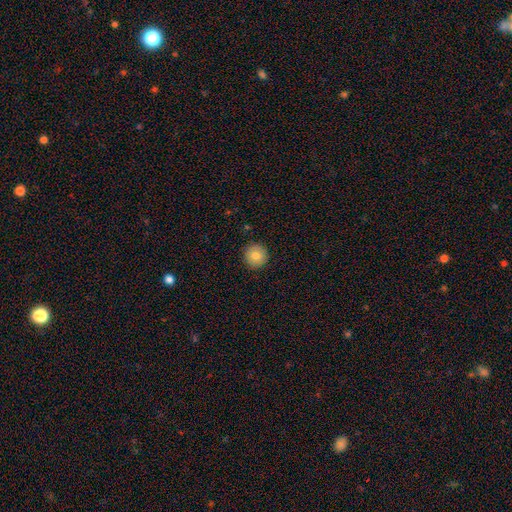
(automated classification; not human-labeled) This appears to be a smooth galaxy with no disk features (82%) that is round (96%). Merging: none (92%).